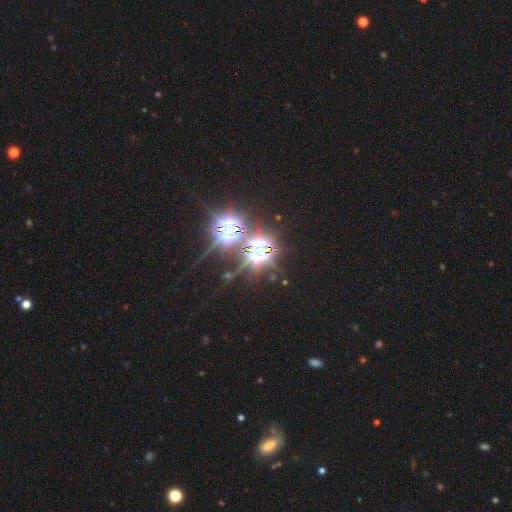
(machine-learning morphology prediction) Smooth or featured? star or artifact (81%)